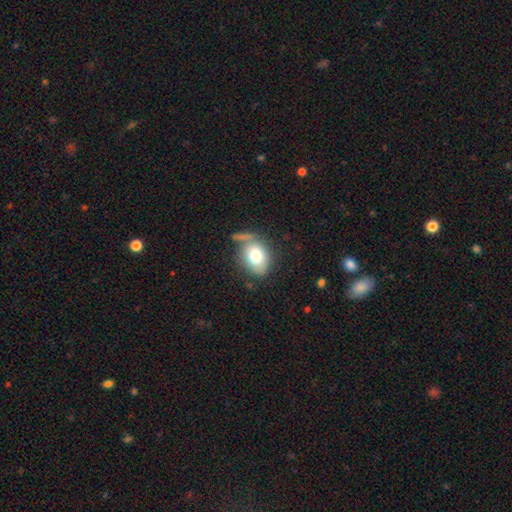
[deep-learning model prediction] A smooth galaxy with no disk features (75%) that is in between round and cigar-shaped (65%).

Vote fractions:
- Smooth or featured? smooth: 75% / featured or disk: 17% / star or artifact: 8%
- How rounded? in between: 65% / round: 34% / cigar-shaped: 1%
- Merging? none: 52% / minor disturbance: 22% / merger: 13% / major disturbance: 12%